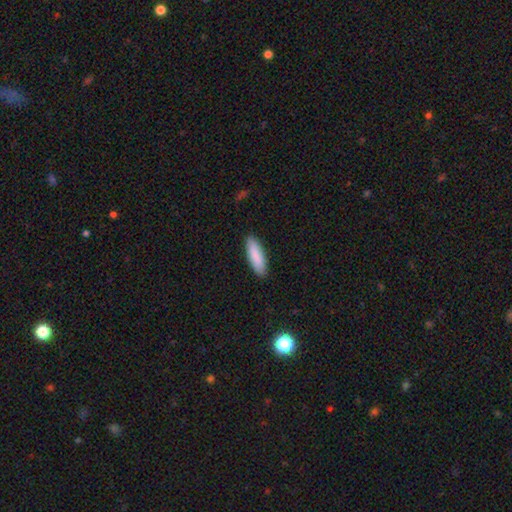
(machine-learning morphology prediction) Q: Smooth or featured?
A: smooth (88%); runner-up: featured or disk (6%)
Q: How rounded?
A: cigar-shaped (53%); runner-up: in between (46%)
Q: Merging?
A: none (89%); runner-up: minor disturbance (8%)